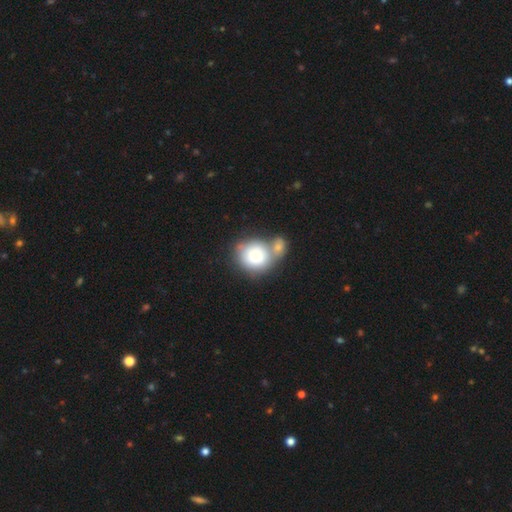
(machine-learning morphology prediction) Smooth or featured: smooth — 75% (featured or disk — 17%)
How rounded: round — 80% (in between — 19%)
Merging: merger — 54% (none — 30%)